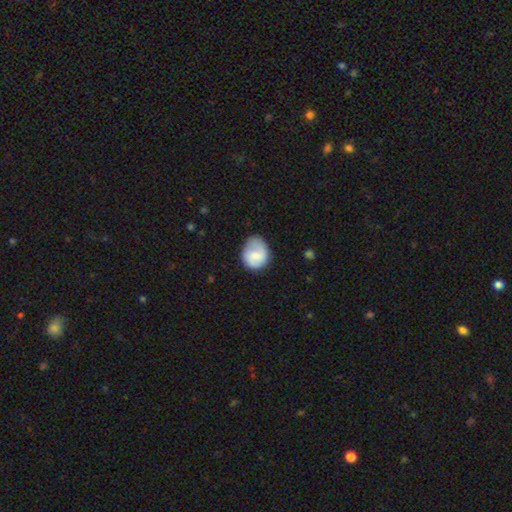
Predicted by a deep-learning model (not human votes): Smooth or featured? Predicted: smooth (p=0.68). How rounded? Predicted: round (p=0.67). Merging? Predicted: none (p=0.64).